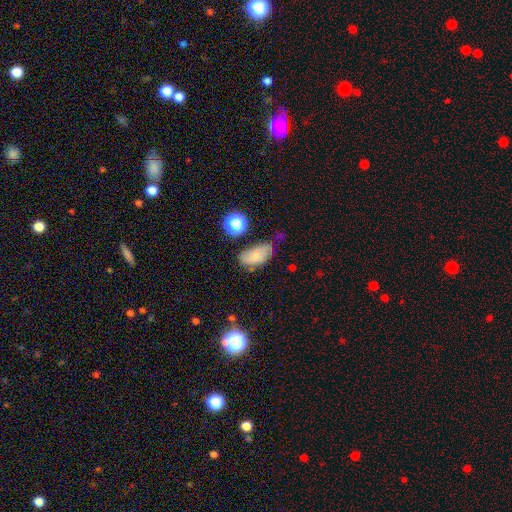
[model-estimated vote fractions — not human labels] This appears to be a smooth galaxy with no disk features (69%) that is in between round and cigar-shaped (90%). Merging: none (50%).